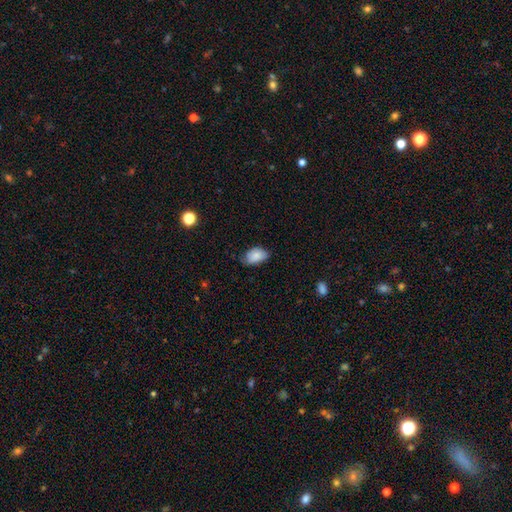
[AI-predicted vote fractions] The model was most divided on "merging": none: 63%, minor disturbance: 31%, major disturbance: 5%, merger: 1%. More confident: how rounded — in between (91%); smooth or featured — smooth (84%).